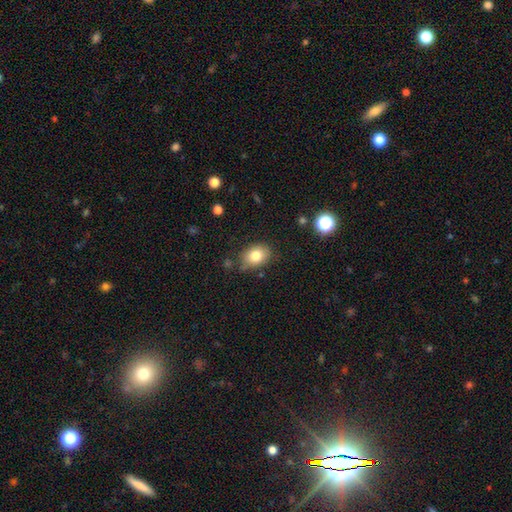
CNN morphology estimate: A smooth galaxy with no disk features (80%) that is in between round and cigar-shaped (70%).

Vote fractions:
- Smooth or featured? smooth: 80% / featured or disk: 10% / star or artifact: 9%
- How rounded? in between: 70% / round: 29% / cigar-shaped: 1%
- Merging? none: 77% / minor disturbance: 16% / major disturbance: 4% / merger: 3%